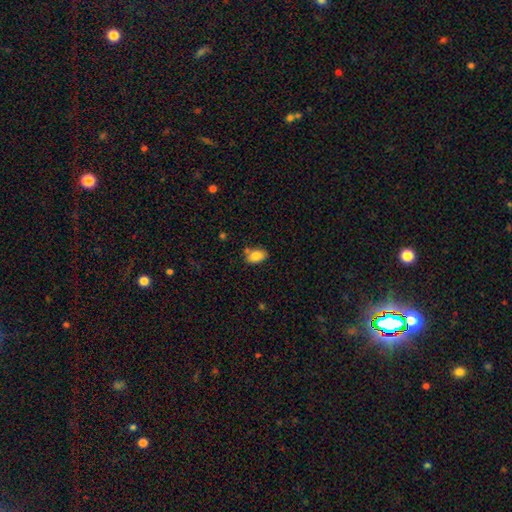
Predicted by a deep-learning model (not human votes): smooth 84%, featured or disk 8%, star or artifact 8%. Down the decision tree: how rounded — in between (89%); merging — none (70%).